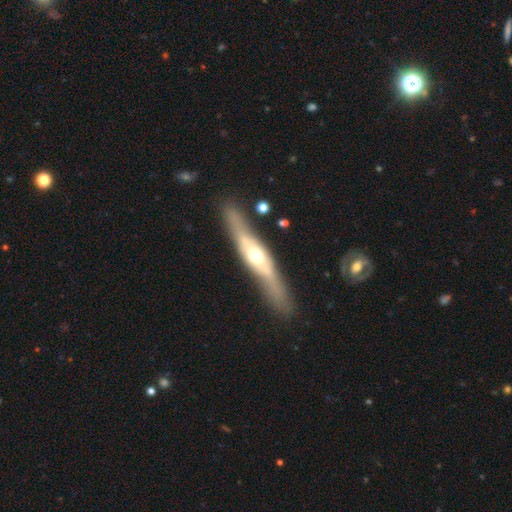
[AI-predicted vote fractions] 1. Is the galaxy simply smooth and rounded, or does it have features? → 66% featured or disk, 29% smooth, 5% star or artifact.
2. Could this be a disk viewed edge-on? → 82% yes, 18% no.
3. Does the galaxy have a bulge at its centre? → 87% rounded, 6% none, 6% boxy.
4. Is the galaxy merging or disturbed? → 81% none, 13% minor disturbance, 4% major disturbance, 2% merger.